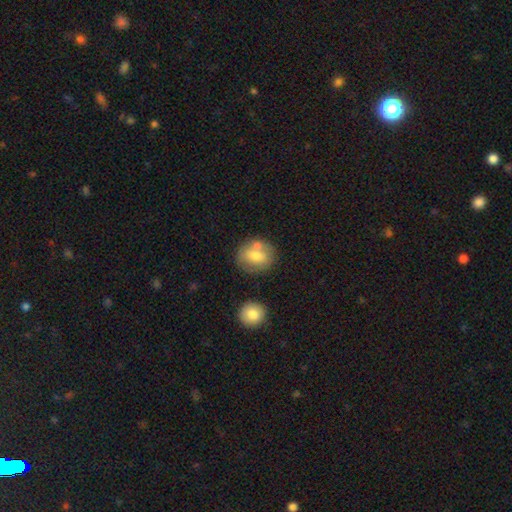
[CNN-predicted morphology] smooth-or-featured: smooth: 72% | featured or disk: 19% | star or artifact: 8%
  how-rounded: round: 66% | in between: 32% | cigar-shaped: 1%
  merging: none: 64% | merger: 17% | minor disturbance: 15% | major disturbance: 4%